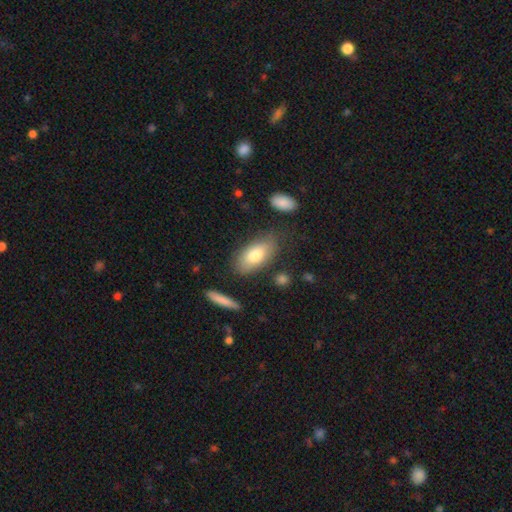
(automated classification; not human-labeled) A smooth galaxy with no disk features (75%) that is in between round and cigar-shaped (89%). Merging: none (76%).